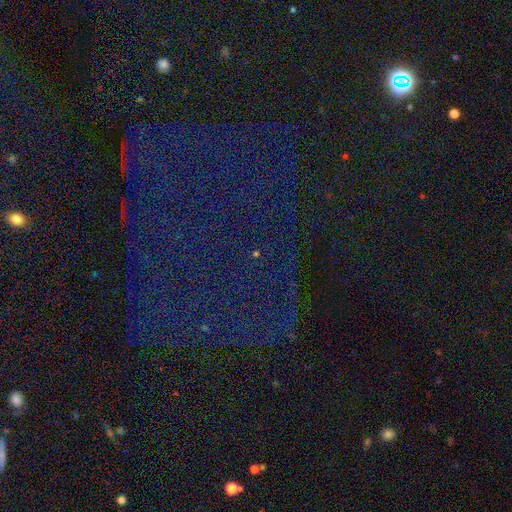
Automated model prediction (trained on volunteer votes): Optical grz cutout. It shows a star or artifact, not a galaxy (81%).